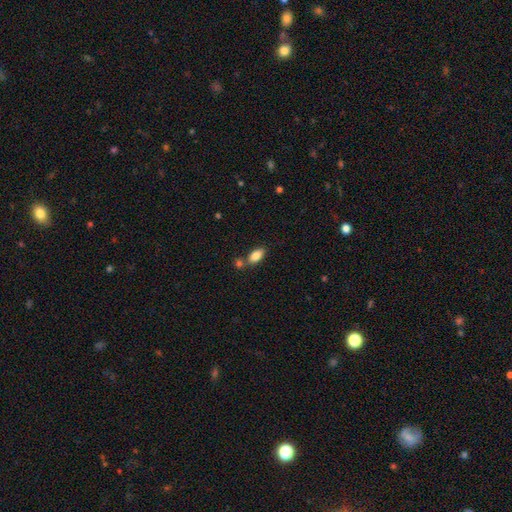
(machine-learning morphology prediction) This is clearly a smooth galaxy (85%). How rounded: clearly in between (91%). Merging: likely none (65%).